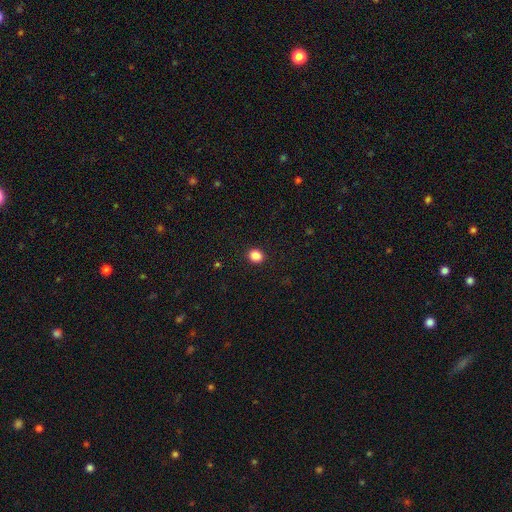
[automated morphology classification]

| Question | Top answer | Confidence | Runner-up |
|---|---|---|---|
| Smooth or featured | smooth | 86% | star or artifact (10%) |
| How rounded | round | 76% | in between (23%) |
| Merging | none | 92% | minor disturbance (5%) |